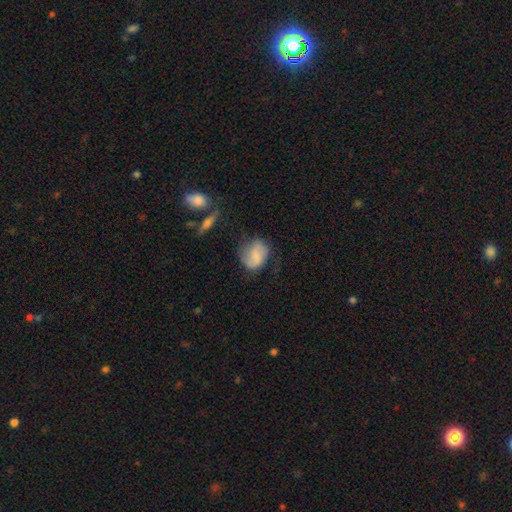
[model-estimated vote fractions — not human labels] Smooth or featured?
  - smooth: 59% *
  - featured or disk: 32%
  - star or artifact: 8%
How rounded?
  - round: 51% *
  - in between: 47%
  - cigar-shaped: 1%
Merging?
  - none: 54% *
  - minor disturbance: 28%
  - major disturbance: 15%
  - merger: 3%